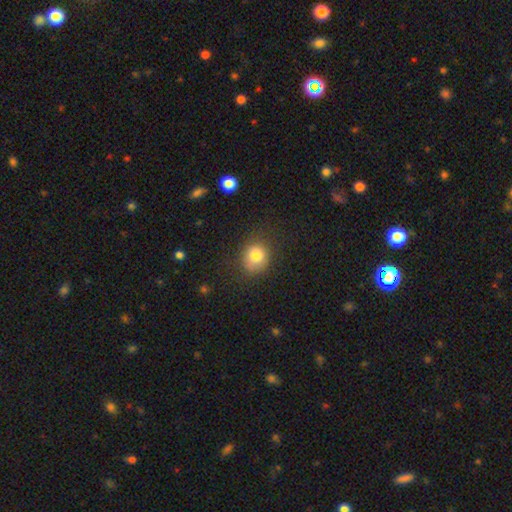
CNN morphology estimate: type=smooth (80%); roundness=round (76%); merging=none (74%).